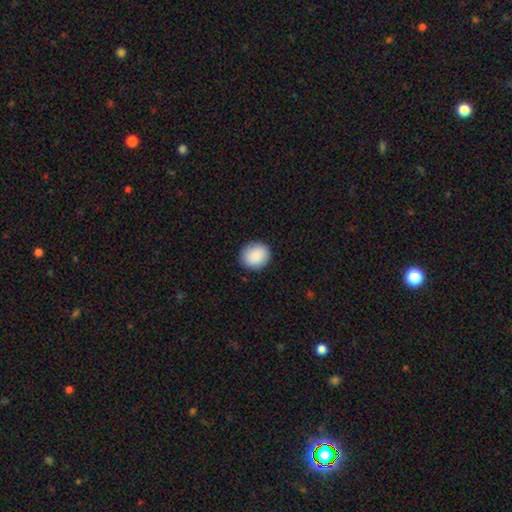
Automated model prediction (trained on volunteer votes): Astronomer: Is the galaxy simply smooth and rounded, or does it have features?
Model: smooth — 90%.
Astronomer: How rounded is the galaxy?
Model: round — 76%.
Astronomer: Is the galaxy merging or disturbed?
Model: none — 89%.